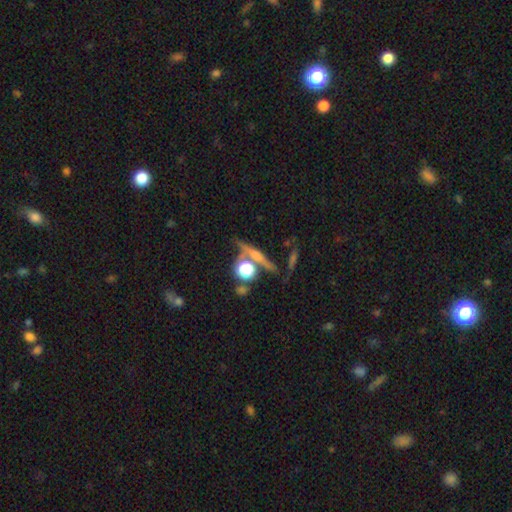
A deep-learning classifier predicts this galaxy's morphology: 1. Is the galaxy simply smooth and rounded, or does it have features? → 46% featured or disk, 38% smooth, 16% star or artifact.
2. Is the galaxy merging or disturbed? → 68% none, 15% merger, 12% minor disturbance, 6% major disturbance.